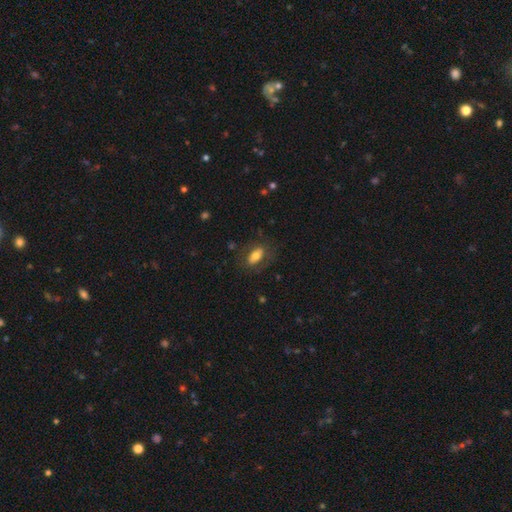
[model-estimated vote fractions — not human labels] This is likely a smooth galaxy (66%). How rounded: clearly in between (85%). Merging: likely none (71%).